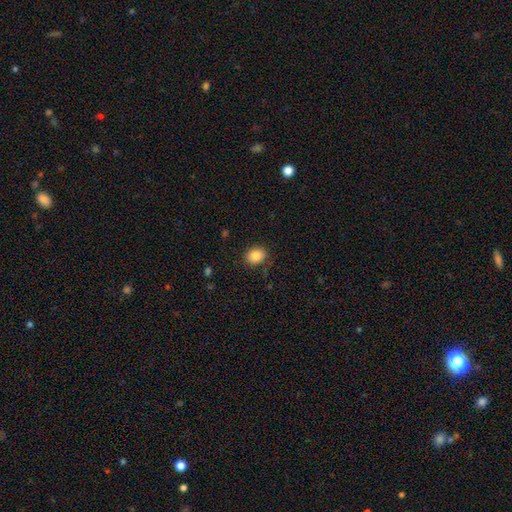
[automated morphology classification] smooth_or_featured: smooth (p=0.85) [alt: star or artifact p=0.09]
how_rounded: round (p=0.55) [alt: in between p=0.44]
merging: none (p=0.86) [alt: minor disturbance p=0.10]